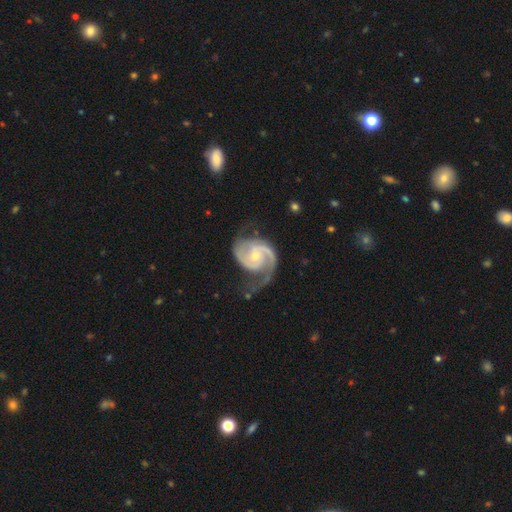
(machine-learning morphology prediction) type=featured or disk (92%); edge-on=no (98%); bar=no (60%); spiral arms=yes (98%); winding=medium (55%); arm count=2 (86%); bulge=small (53%); merging=none (56%).